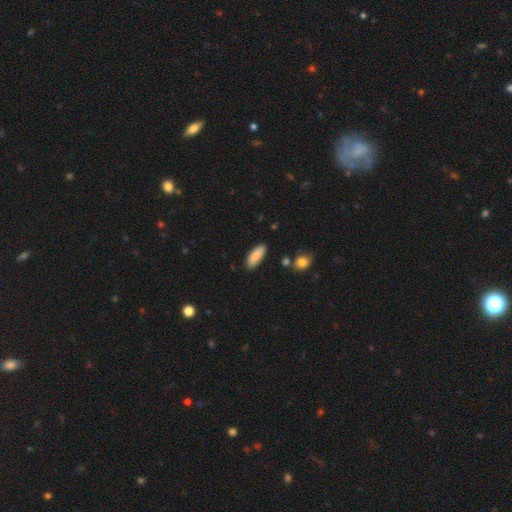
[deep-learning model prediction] This appears to be a smooth galaxy with no disk features (88%) that is in between round and cigar-shaped (68%). Merging: none (85%).